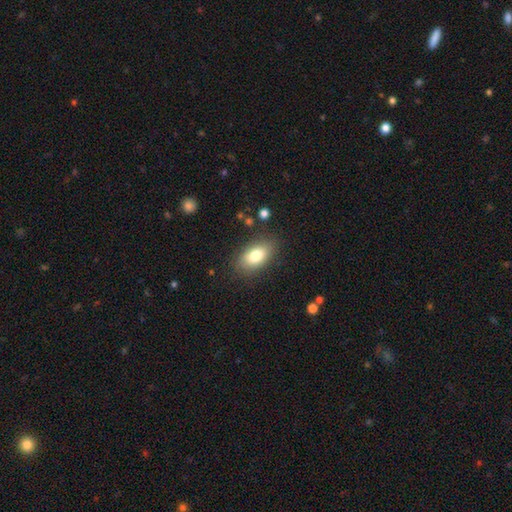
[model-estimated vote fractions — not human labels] Smooth or featured: smooth — 80% (featured or disk — 12%)
How rounded: in between — 89% (round — 7%)
Merging: none — 83% (minor disturbance — 12%)